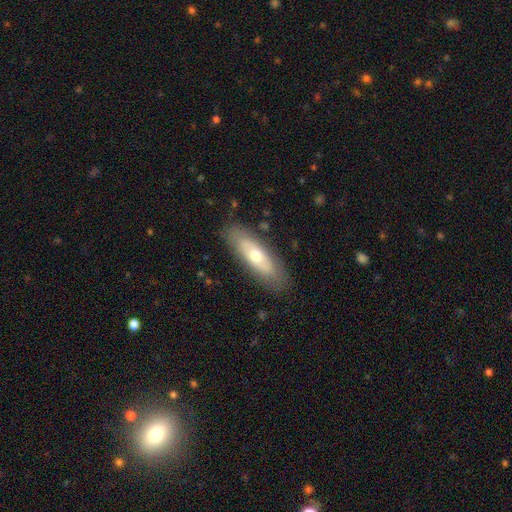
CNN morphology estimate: type=smooth (51%); roundness=in between (58%); merging=none (83%).